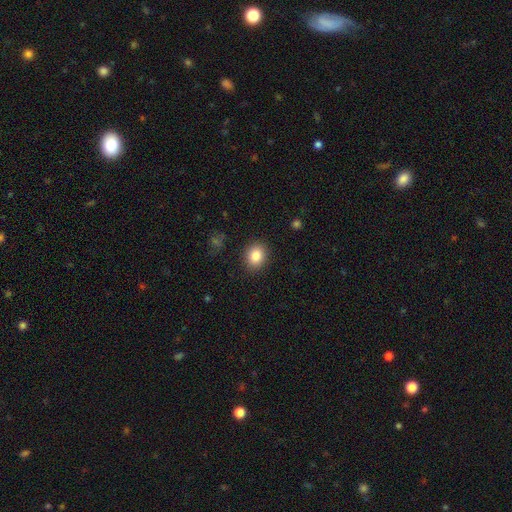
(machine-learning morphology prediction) smooth_or_featured: smooth (p=0.84) [alt: star or artifact p=0.10]
how_rounded: round (p=0.61) [alt: in between p=0.38]
merging: none (p=0.88) [alt: minor disturbance p=0.08]